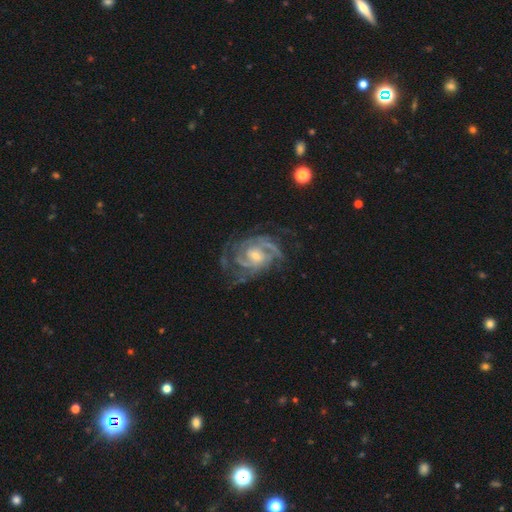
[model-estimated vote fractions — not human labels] Smooth or featured: featured or disk — 90% (star or artifact — 5%)
Edge-on disk: no — 98% (yes — 2%)
Bar: no — 55% (weak — 36%)
Spiral arms: yes — 97% (no — 3%)
Spiral winding: tight — 60% (medium — 33%)
Spiral arm count: 3 — 28% (2 — 27%)
Bulge size: small — 56% (moderate — 39%)
Merging: none — 65% (minor disturbance — 20%)